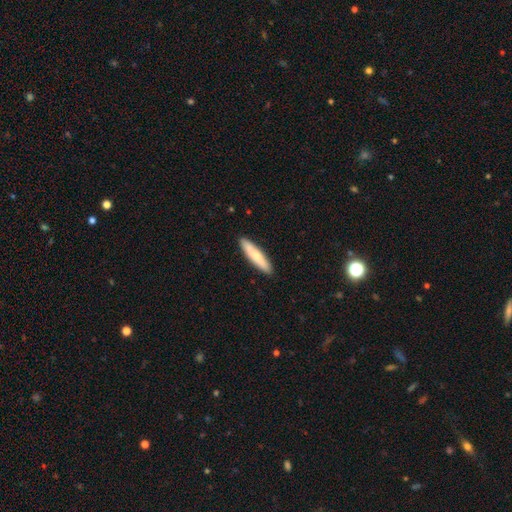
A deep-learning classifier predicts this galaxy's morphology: A smooth galaxy with no disk features (73%) that is cigar-shaped (85%). Merging: none (90%).